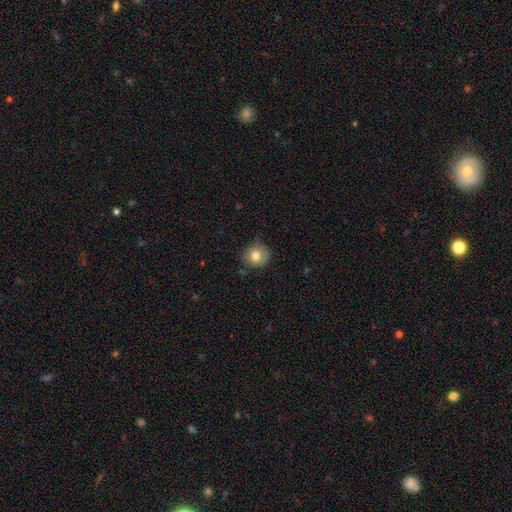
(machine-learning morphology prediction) type=smooth (77%); roundness=round (90%); merging=none (77%).